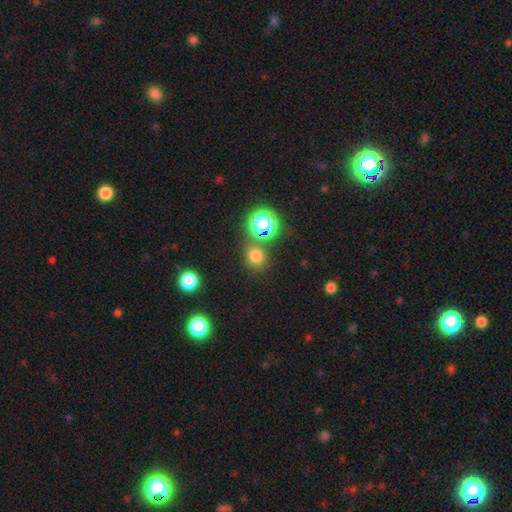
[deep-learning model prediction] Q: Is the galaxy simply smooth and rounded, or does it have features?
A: smooth — 70%.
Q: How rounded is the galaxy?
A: round — 82%.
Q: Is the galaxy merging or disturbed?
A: none — 77%.